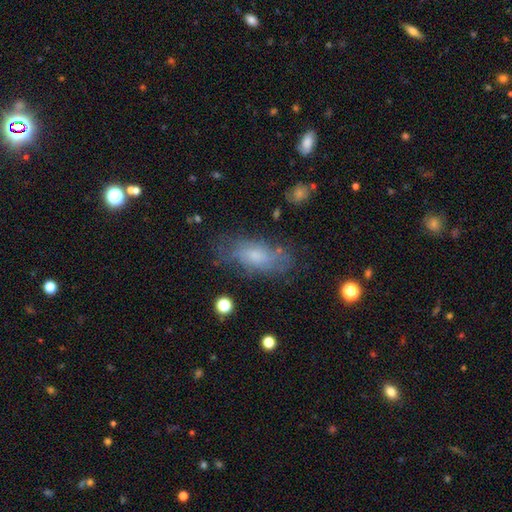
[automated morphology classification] smooth 53%, featured or disk 37%, star or artifact 10%. Down the decision tree: how rounded — in between (84%); merging — none (68%).